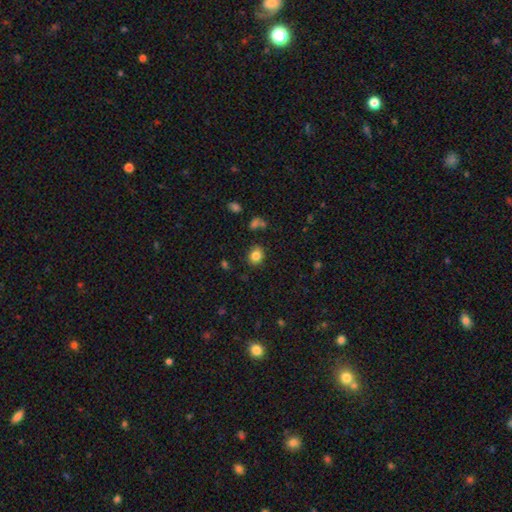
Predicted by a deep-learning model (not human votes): Q: Smooth or featured?
A: smooth (82%); runner-up: star or artifact (11%)
Q: How rounded?
A: round (60%); runner-up: in between (39%)
Q: Merging?
A: none (83%); runner-up: minor disturbance (11%)